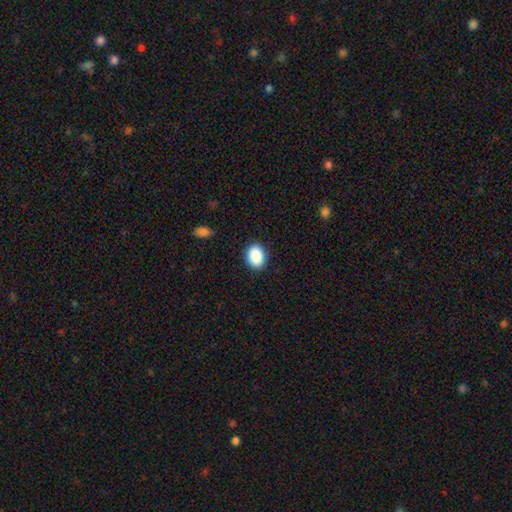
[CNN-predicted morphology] Smooth or featured?
  - smooth: 89% *
  - star or artifact: 8%
  - featured or disk: 4%
How rounded?
  - in between: 68% *
  - round: 31%
  - cigar-shaped: 1%
Merging?
  - none: 88% *
  - minor disturbance: 8%
  - major disturbance: 2%
  - merger: 1%